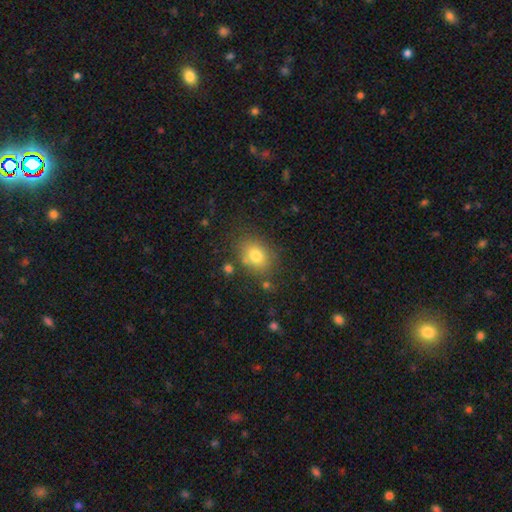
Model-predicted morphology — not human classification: Smooth or featured? Predicted: smooth (p=0.77). How rounded? Predicted: in between (p=0.57). Merging? Predicted: none (p=0.76).